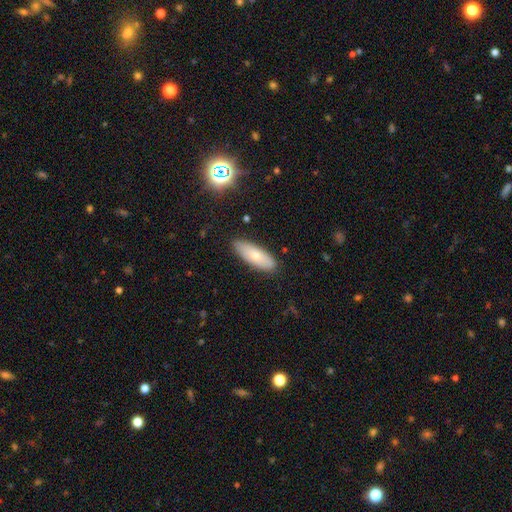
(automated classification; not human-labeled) Q: Smooth or featured?
A: smooth (70%); runner-up: featured or disk (22%)
Q: How rounded?
A: in between (67%); runner-up: cigar-shaped (31%)
Q: Merging?
A: none (84%); runner-up: minor disturbance (12%)